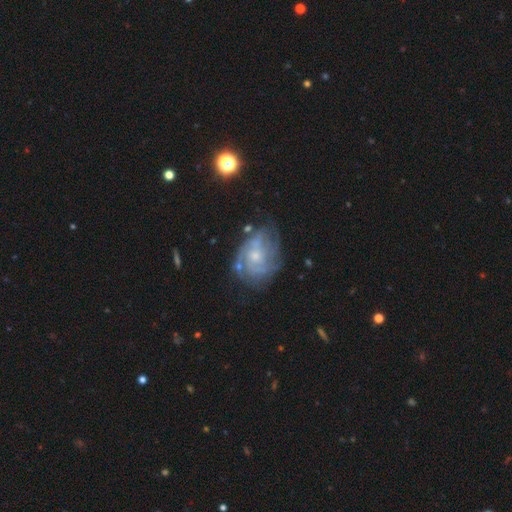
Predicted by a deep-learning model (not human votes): Q: Smooth or featured?
A: featured or disk (80%); runner-up: smooth (13%)
Q: Edge-on disk?
A: no (97%); runner-up: yes (3%)
Q: Bar?
A: no (70%); runner-up: weak (26%)
Q: Spiral arms?
A: yes (89%); runner-up: no (11%)
Q: Spiral winding?
A: tight (53%); runner-up: medium (36%)
Q: Spiral arm count?
A: can't tell (39%); runner-up: 2 (21%)
Q: Bulge size?
A: small (61%); runner-up: moderate (32%)
Q: Merging?
A: none (63%); runner-up: minor disturbance (22%)